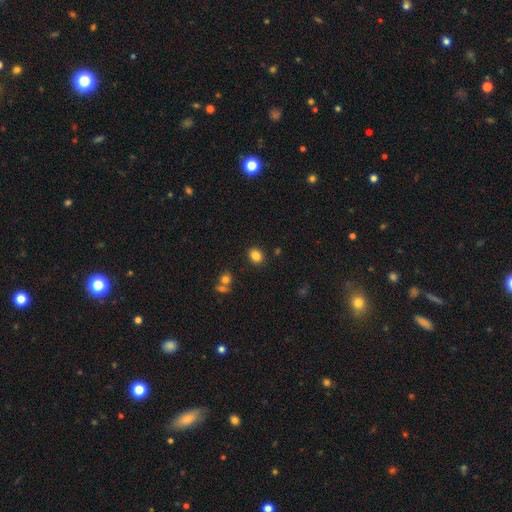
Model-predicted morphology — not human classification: Smooth or featured? smooth (84%)
How rounded? round (50%)
Merging? none (86%)